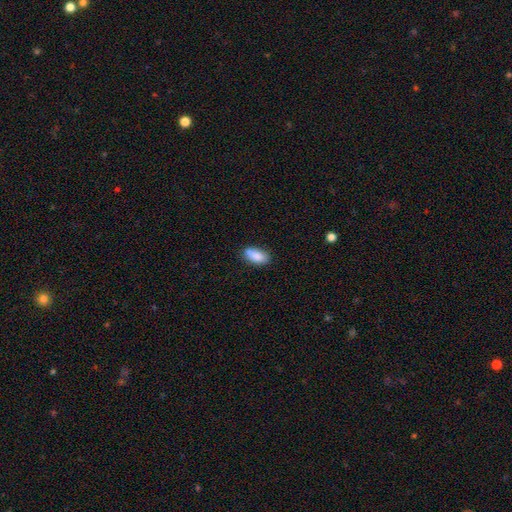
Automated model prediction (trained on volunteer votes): This appears to be a smooth galaxy with no disk features (87%) that is in between round and cigar-shaped (89%). Merging: none (77%).